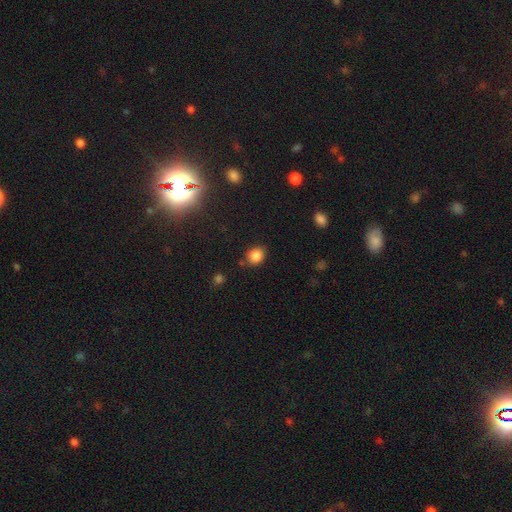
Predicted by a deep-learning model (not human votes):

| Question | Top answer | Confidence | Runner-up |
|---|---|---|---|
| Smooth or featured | smooth | 84% | star or artifact (11%) |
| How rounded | round | 68% | in between (31%) |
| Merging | none | 79% | minor disturbance (13%) |